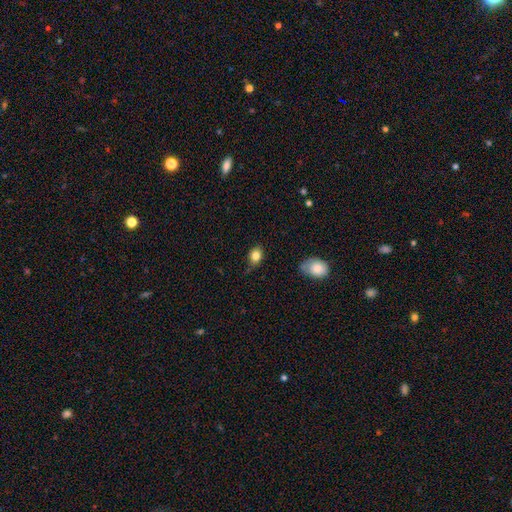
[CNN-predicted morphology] smooth_or_featured: smooth (p=0.82) [alt: star or artifact p=0.09]
how_rounded: in between (p=0.63) [alt: round p=0.35]
merging: none (p=0.62) [alt: minor disturbance p=0.29]